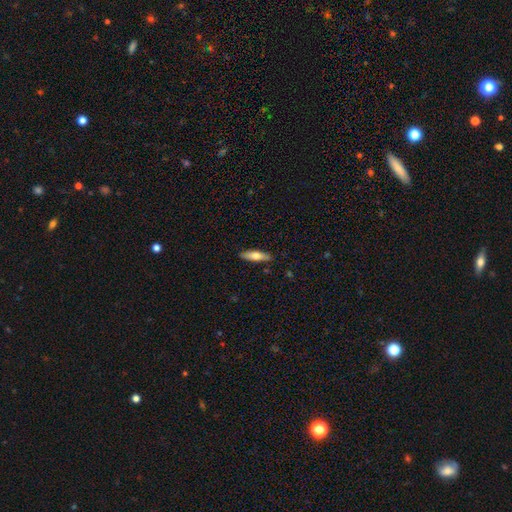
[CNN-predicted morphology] smooth 65%, featured or disk 29%, star or artifact 6%. Down the decision tree: how rounded — cigar-shaped (64%); merging — none (87%).